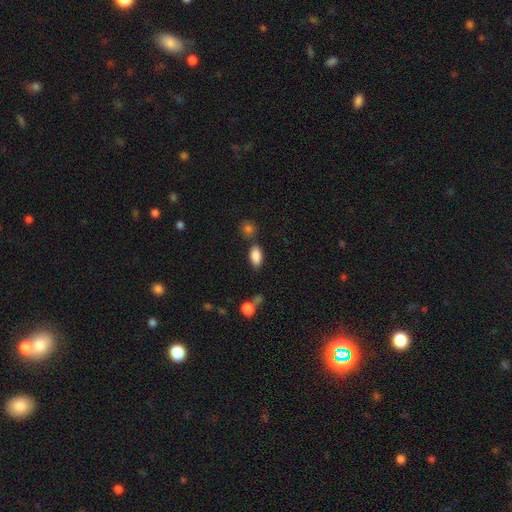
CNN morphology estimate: Smooth or featured?
  - smooth: 87% *
  - star or artifact: 8%
  - featured or disk: 5%
How rounded?
  - in between: 92% *
  - round: 4%
  - cigar-shaped: 4%
Merging?
  - none: 74% *
  - minor disturbance: 14%
  - merger: 8%
  - major disturbance: 4%